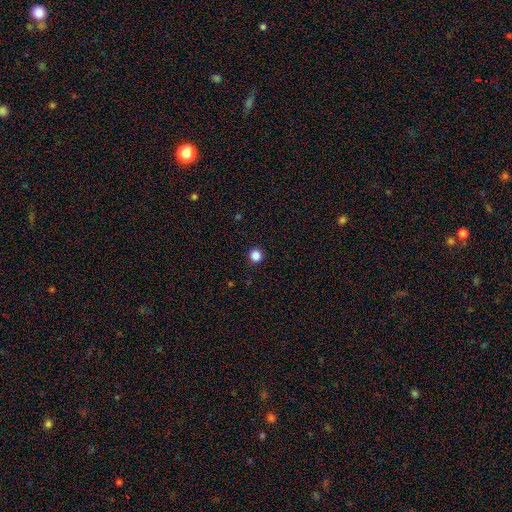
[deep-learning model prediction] Overall: smooth (86%). How rounded: round (96%). Merging: none (93%).